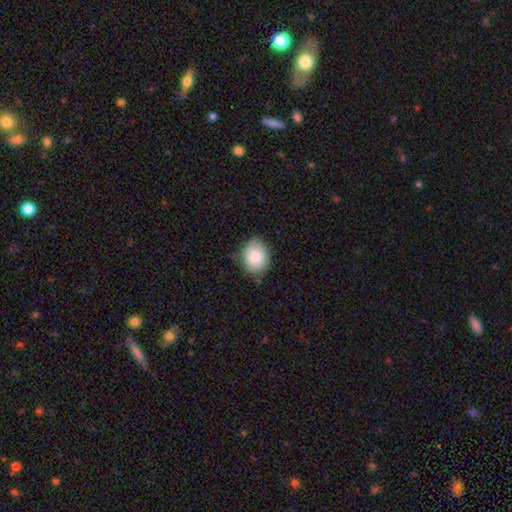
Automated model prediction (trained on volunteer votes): The model was most divided on "how rounded": round: 59%, in between: 40%, cigar-shaped: 1%. More confident: smooth or featured — smooth (85%); merging — none (75%).